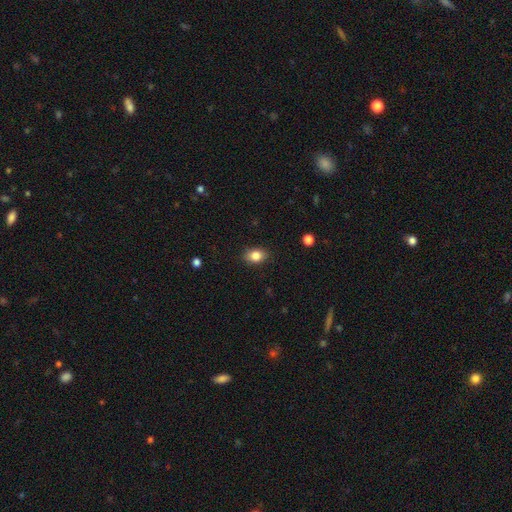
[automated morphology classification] A smooth galaxy with no disk features (84%) that is in between round and cigar-shaped (77%).

Vote fractions:
- Smooth or featured? smooth: 84% / star or artifact: 9% / featured or disk: 7%
- How rounded? in between: 77% / round: 22% / cigar-shaped: 2%
- Merging? none: 85% / minor disturbance: 11% / major disturbance: 2% / merger: 1%